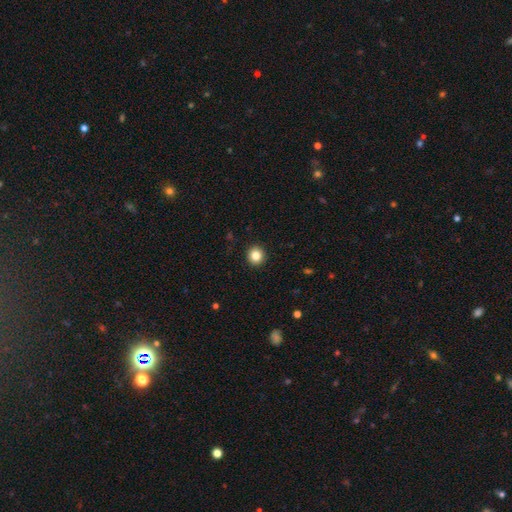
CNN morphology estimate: type=smooth (84%); roundness=round (92%); merging=none (93%).